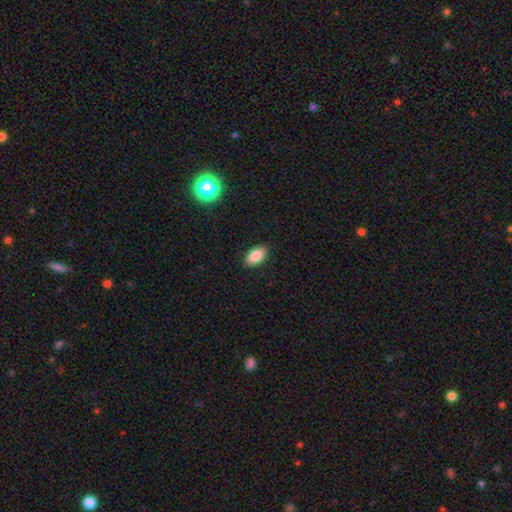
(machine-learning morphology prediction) smooth-or-featured: smooth: 87% | star or artifact: 8% | featured or disk: 5%
  how-rounded: in between: 93% | round: 5% | cigar-shaped: 2%
  merging: none: 90% | minor disturbance: 8% | major disturbance: 2% | merger: 1%